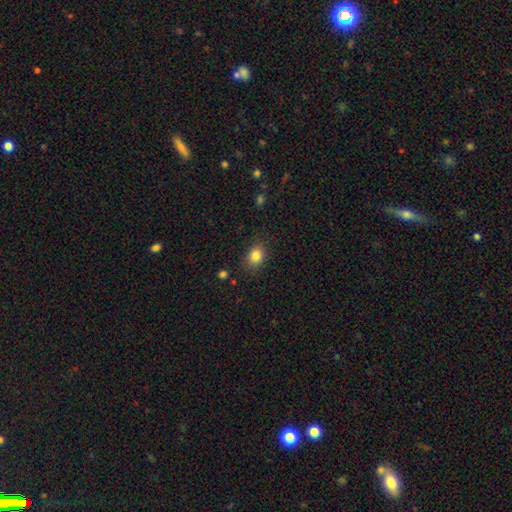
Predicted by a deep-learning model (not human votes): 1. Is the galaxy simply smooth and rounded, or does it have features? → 84% smooth, 10% star or artifact, 6% featured or disk.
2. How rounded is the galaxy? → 59% in between, 40% round, 1% cigar-shaped.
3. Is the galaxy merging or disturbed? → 81% none, 13% minor disturbance, 4% major disturbance, 1% merger.